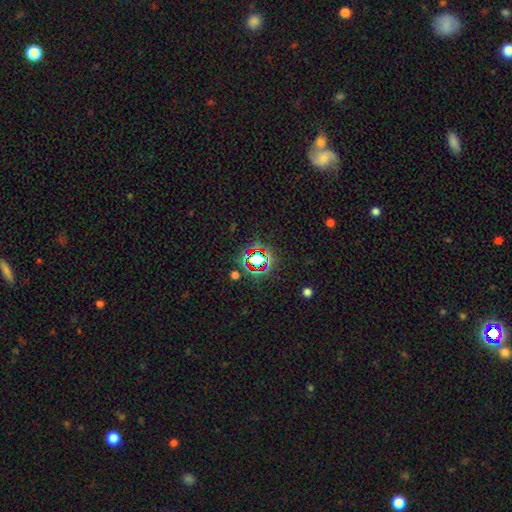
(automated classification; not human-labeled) This is likely a star or artifact rather than a galaxy (71%).